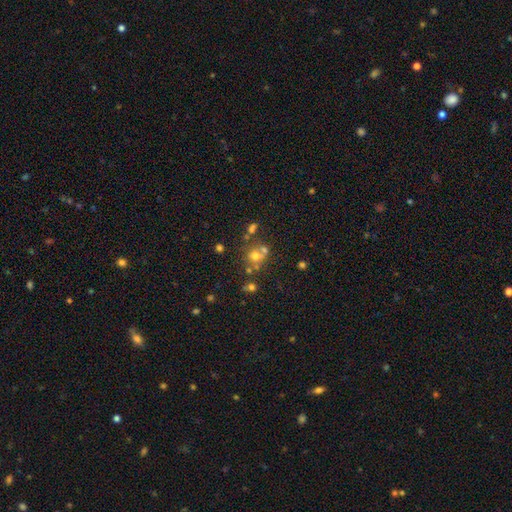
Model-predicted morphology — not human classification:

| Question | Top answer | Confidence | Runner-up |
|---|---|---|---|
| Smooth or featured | smooth | 54% | star or artifact (26%) |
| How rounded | round | 82% | in between (17%) |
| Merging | none | 53% | merger (32%) |